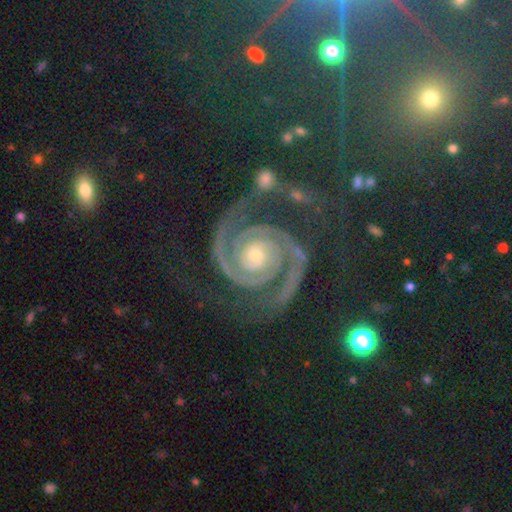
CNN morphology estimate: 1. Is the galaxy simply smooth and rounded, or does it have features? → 90% featured or disk, 6% star or artifact, 4% smooth.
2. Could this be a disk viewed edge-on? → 98% no, 2% yes.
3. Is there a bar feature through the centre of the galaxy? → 71% no, 19% weak, 10% strong.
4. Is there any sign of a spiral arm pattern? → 99% yes, 1% no.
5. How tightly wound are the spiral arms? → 65% tight, 28% medium, 7% loose.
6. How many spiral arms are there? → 89% 2, 3% 3, 2% can't tell, 2% 1, 2% 4, 2% more than 4.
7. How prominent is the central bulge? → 50% small, 44% moderate, 3% large, 2% none, 2% dominant.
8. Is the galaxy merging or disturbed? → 69% none, 15% minor disturbance, 10% major disturbance, 6% merger.